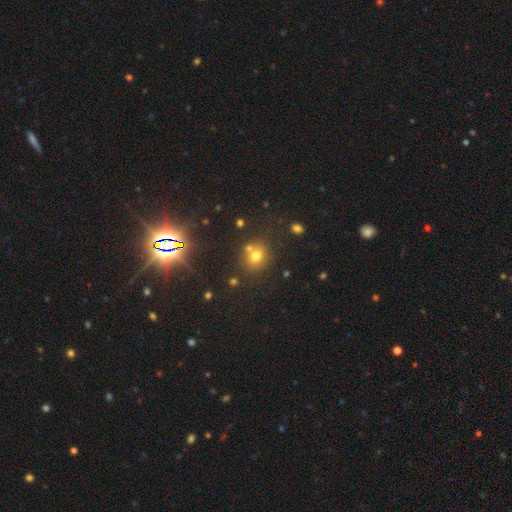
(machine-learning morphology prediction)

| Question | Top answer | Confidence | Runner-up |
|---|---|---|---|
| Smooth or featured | smooth | 68% | star or artifact (20%) |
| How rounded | round | 73% | in between (26%) |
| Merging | none | 60% | merger (25%) |